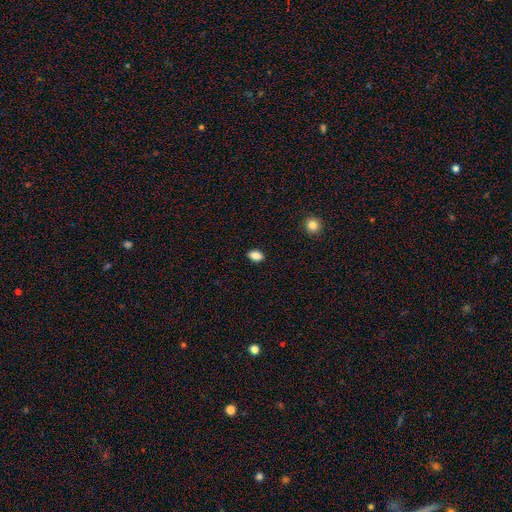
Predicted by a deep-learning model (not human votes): Q: Smooth or featured?
A: smooth (86%); runner-up: star or artifact (9%)
Q: How rounded?
A: in between (83%); runner-up: round (15%)
Q: Merging?
A: none (89%); runner-up: minor disturbance (8%)